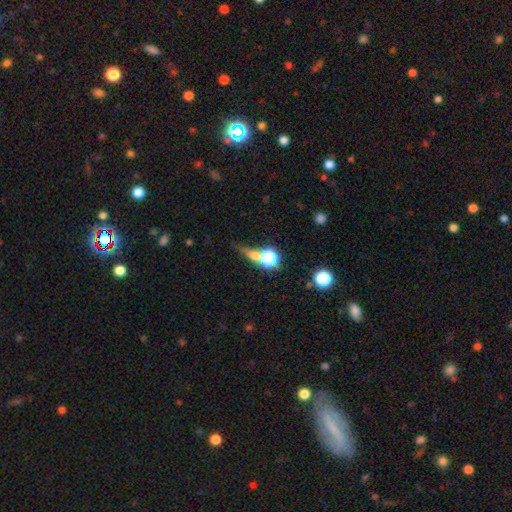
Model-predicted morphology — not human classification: A smooth galaxy with no disk features (48%). Merging: none (53%).